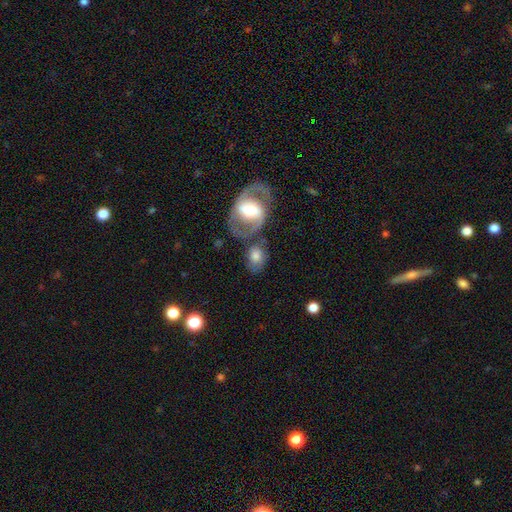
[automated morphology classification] type=smooth (60%); roundness=in between (68%); merging=none (50%).